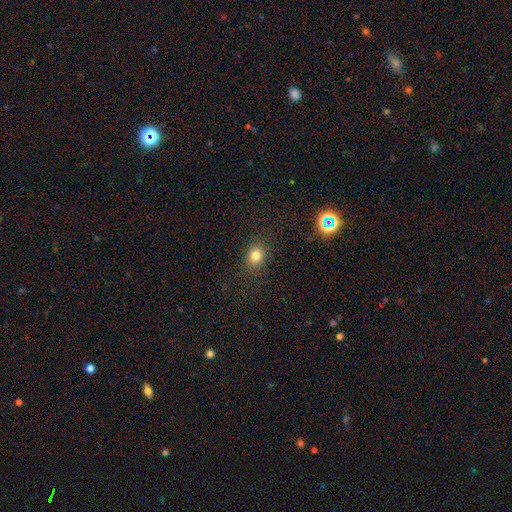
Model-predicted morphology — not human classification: This is likely a smooth galaxy (79%). How rounded: likely round (65%). Merging: clearly none (86%).